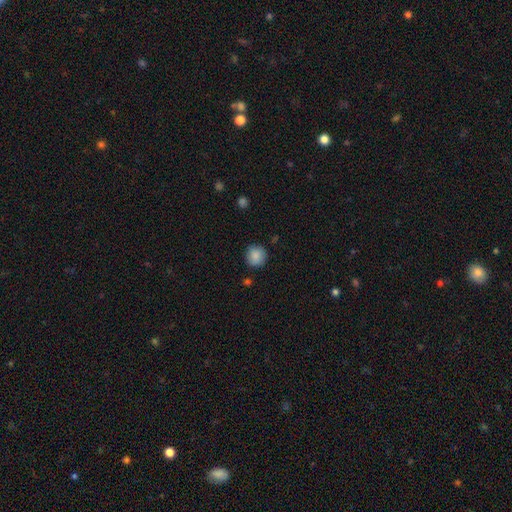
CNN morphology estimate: Smooth or featured? Predicted: smooth (p=0.87). How rounded? Predicted: round (p=0.91). Merging? Predicted: none (p=0.85).